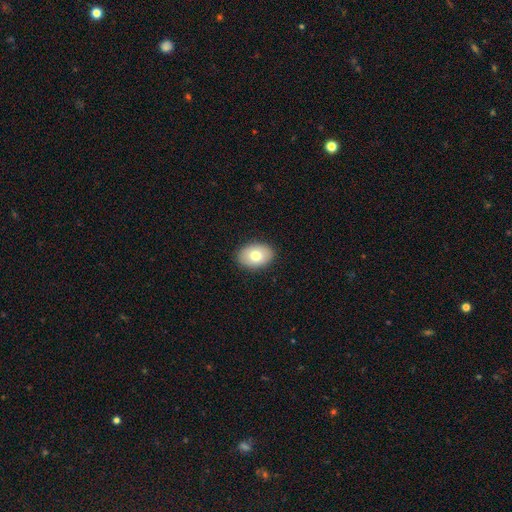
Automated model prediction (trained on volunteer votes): Smooth or featured? Predicted: smooth (p=0.77). How rounded? Predicted: in between (p=0.80). Merging? Predicted: none (p=0.89).